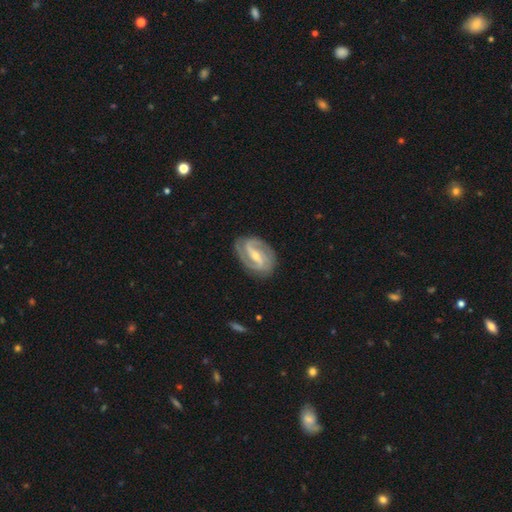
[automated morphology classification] This is clearly a featured or disk galaxy (89%). It is clearly not viewed edge-on (97%). Bar: possibly strong (56%). Spiral arm pattern: clearly yes (97%). Spiral arm count: clearly 2 (86%). Spiral winding: possibly medium (47%). Central bulge: possibly small (57%). Merging: clearly none (83%).